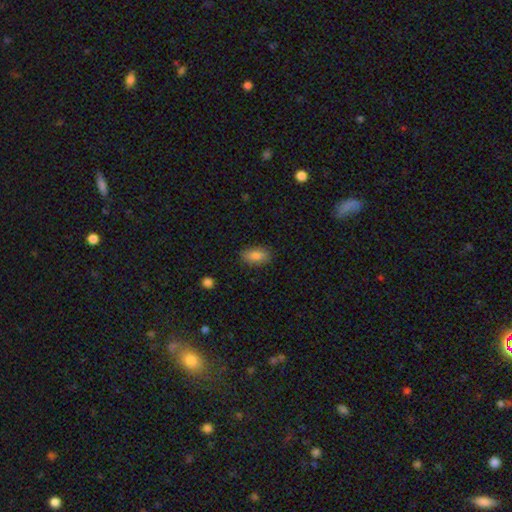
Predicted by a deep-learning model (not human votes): A smooth galaxy with no disk features (84%) that is in between round and cigar-shaped (89%).

Vote fractions:
- Smooth or featured? smooth: 84% / featured or disk: 9% / star or artifact: 8%
- How rounded? in between: 89% / round: 6% / cigar-shaped: 4%
- Merging? none: 86% / minor disturbance: 11% / major disturbance: 2% / merger: 1%